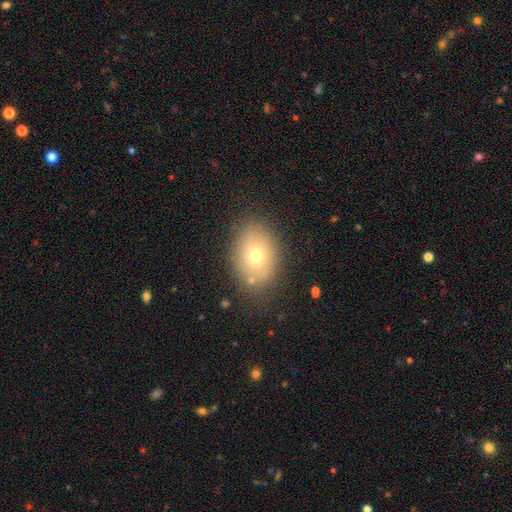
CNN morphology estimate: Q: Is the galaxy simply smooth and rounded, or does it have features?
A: smooth — 69%.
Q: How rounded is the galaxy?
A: in between — 67%.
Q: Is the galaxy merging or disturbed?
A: none — 81%.